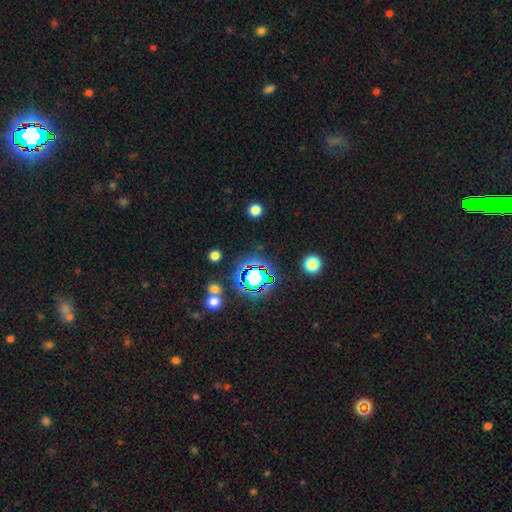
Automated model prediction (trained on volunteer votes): This appears to be a star or artifact, not a galaxy (79%).